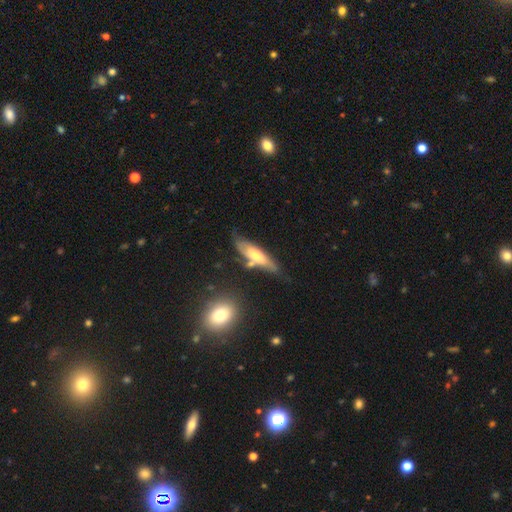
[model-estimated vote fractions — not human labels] Overall: featured or disk (48%; smooth 46%). Merging: none (55%; minor disturbance 23%).